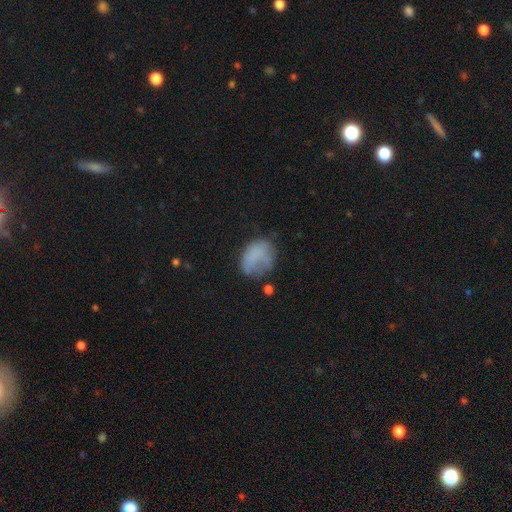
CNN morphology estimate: smooth_or_featured: smooth (p=0.70) [alt: featured or disk p=0.19]
how_rounded: in between (p=0.65) [alt: round p=0.34]
merging: none (p=0.42) [alt: minor disturbance p=0.29]